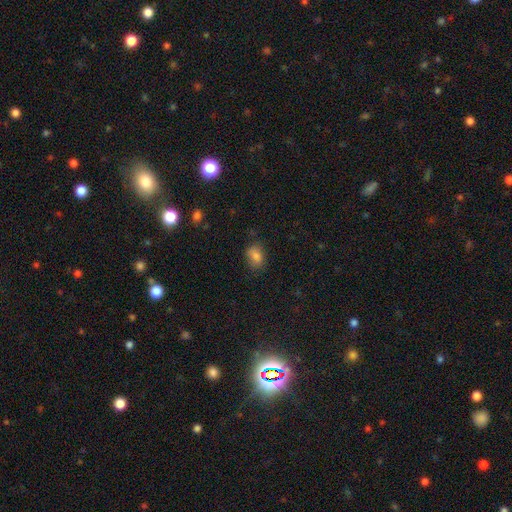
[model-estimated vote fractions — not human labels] Smooth or featured?
  - smooth: 80% *
  - star or artifact: 11%
  - featured or disk: 9%
How rounded?
  - in between: 72% *
  - round: 27%
  - cigar-shaped: 1%
Merging?
  - none: 71% *
  - minor disturbance: 21%
  - major disturbance: 5%
  - merger: 2%